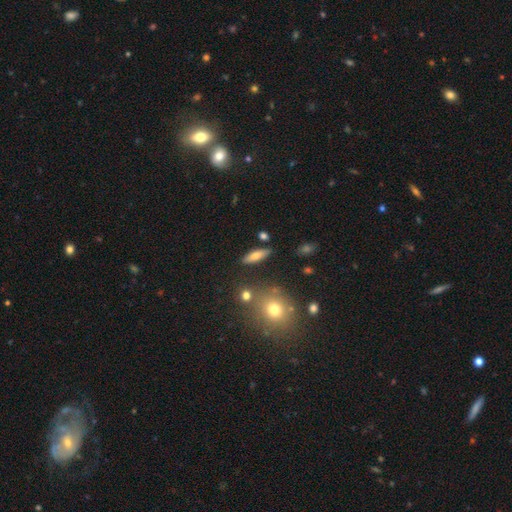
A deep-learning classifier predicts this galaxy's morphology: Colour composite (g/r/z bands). It shows a smooth galaxy with no disk features (65%) that is cigar-shaped (48%). Merging: none (83%).